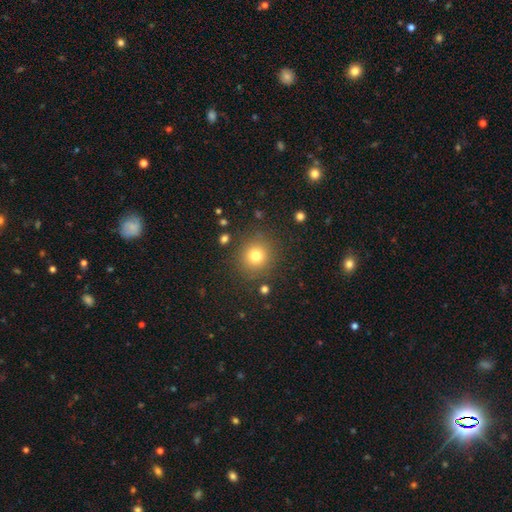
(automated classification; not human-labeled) A smooth galaxy with no disk features (77%) that is round (91%).

Vote fractions:
- Smooth or featured? smooth: 77% / star or artifact: 15% / featured or disk: 8%
- How rounded? round: 91% / in between: 8% / cigar-shaped: 1%
- Merging? none: 87% / minor disturbance: 7% / major disturbance: 3% / merger: 2%